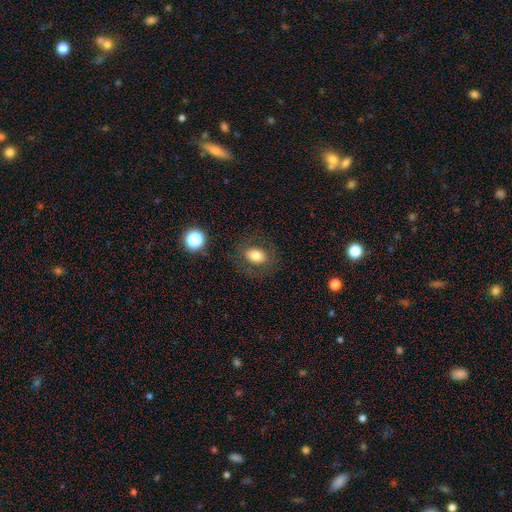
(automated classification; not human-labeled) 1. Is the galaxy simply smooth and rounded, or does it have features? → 73% smooth, 16% featured or disk, 11% star or artifact.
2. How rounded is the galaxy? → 67% in between, 32% round, 1% cigar-shaped.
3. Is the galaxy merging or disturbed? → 80% none, 11% minor disturbance, 7% major disturbance, 1% merger.